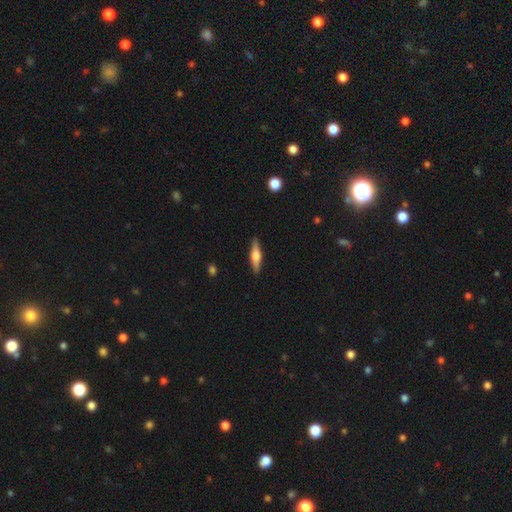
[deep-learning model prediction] Overall: featured or disk (62%; smooth 32%). Edge-on disk: yes (96%). Edge-on bulge: rounded (90%). Merging: none (90%).